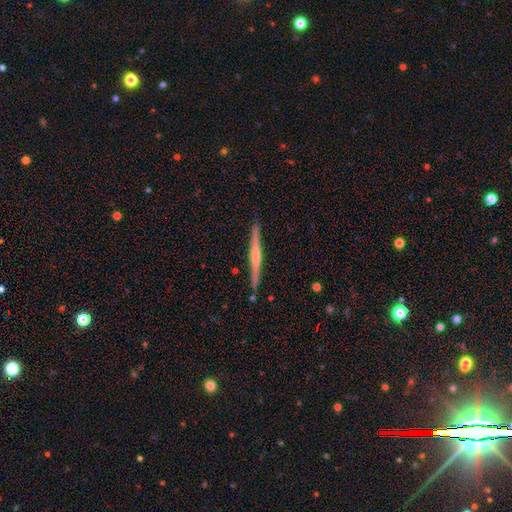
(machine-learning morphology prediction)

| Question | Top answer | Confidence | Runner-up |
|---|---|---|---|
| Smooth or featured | featured or disk | 68% | smooth (27%) |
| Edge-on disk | yes | 98% | no (2%) |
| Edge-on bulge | rounded | 51% | none (33%) |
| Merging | none | 91% | minor disturbance (7%) |